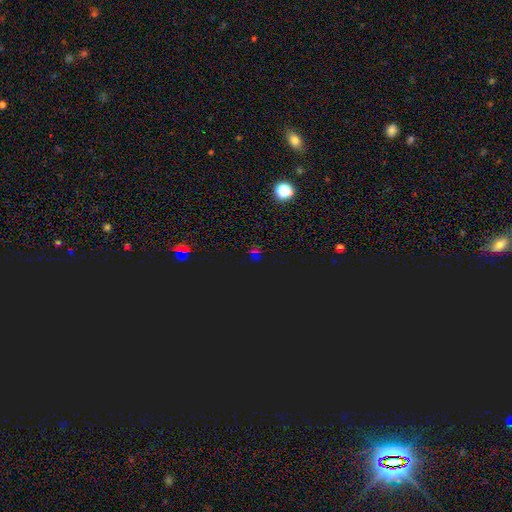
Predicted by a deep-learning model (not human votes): This is likely a star or artifact rather than a galaxy (74%).